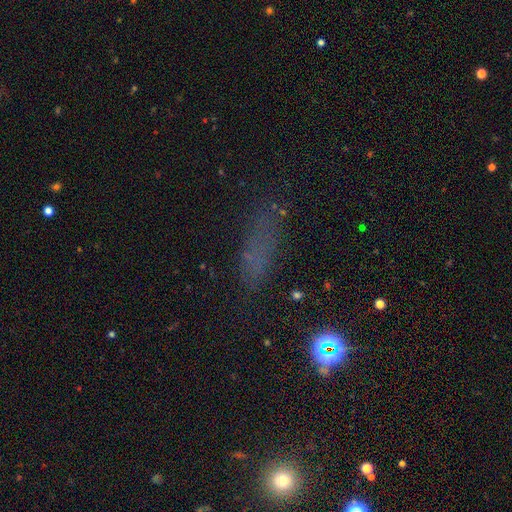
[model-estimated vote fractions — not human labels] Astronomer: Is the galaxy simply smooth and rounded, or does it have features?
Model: smooth — 50% (runner-up: star or artifact, 34%).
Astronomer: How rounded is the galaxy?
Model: cigar-shaped — 47% (runner-up: in between, 44%).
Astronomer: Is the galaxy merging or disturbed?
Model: none — 70%.